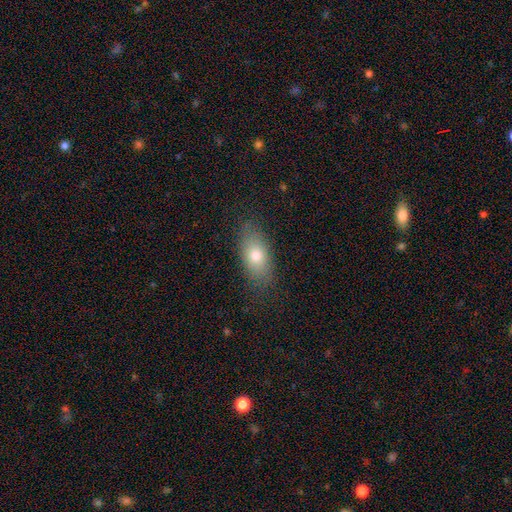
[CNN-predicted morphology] Q: Smooth or featured?
A: smooth (75%); runner-up: featured or disk (16%)
Q: How rounded?
A: in between (85%); runner-up: round (7%)
Q: Merging?
A: none (82%); runner-up: minor disturbance (13%)